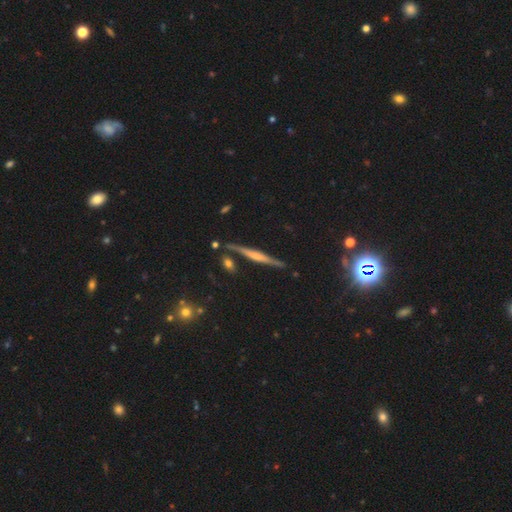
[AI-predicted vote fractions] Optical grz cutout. It shows a featured or disk galaxy (72%) viewed edge-on (97%) with a rounded central bulge (48%). Merging: none (86%).